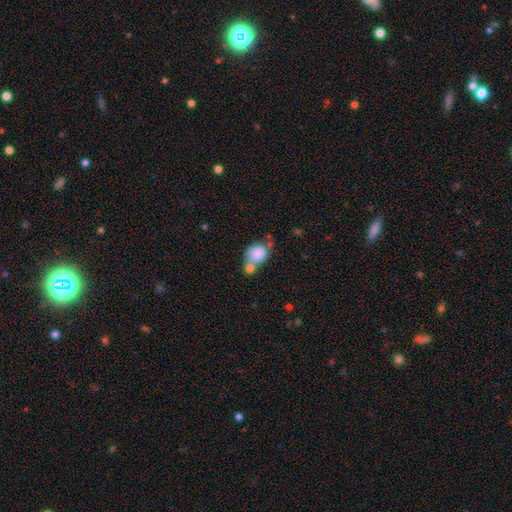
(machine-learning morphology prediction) Smooth or featured: smooth — 81% (featured or disk — 11%)
How rounded: round — 56% (in between — 43%)
Merging: merger — 50% (none — 31%)